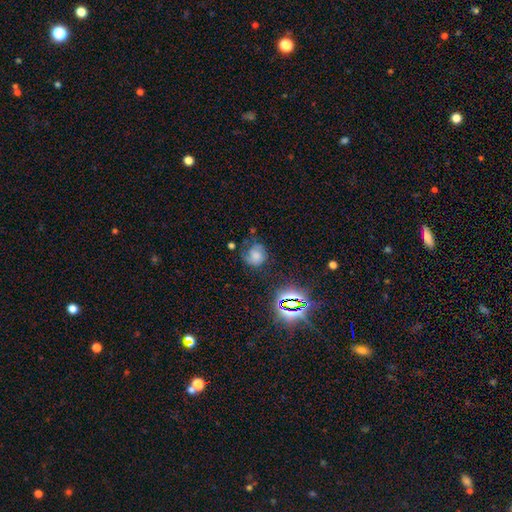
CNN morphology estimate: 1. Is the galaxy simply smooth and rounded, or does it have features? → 47% smooth, 33% featured or disk, 19% star or artifact.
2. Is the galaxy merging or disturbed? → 53% none, 27% minor disturbance, 17% major disturbance, 3% merger.